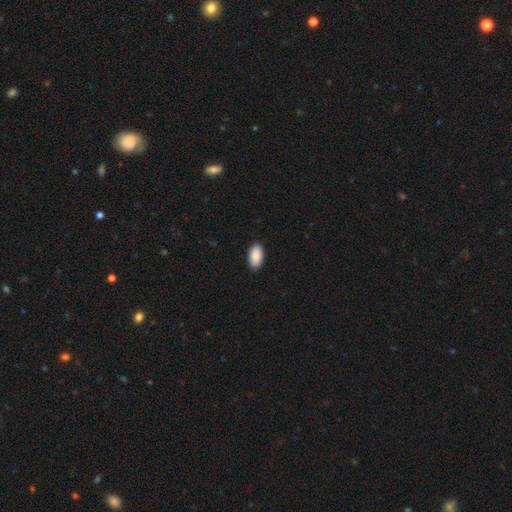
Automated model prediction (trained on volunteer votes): This is clearly a smooth galaxy (91%). How rounded: clearly in between (96%). Merging: clearly none (89%).